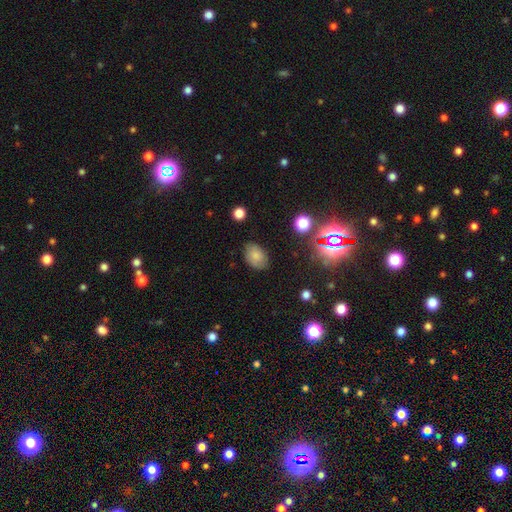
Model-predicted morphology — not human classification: A smooth galaxy with no disk features (80%) that is in between round and cigar-shaped (83%). Merging: none (81%).